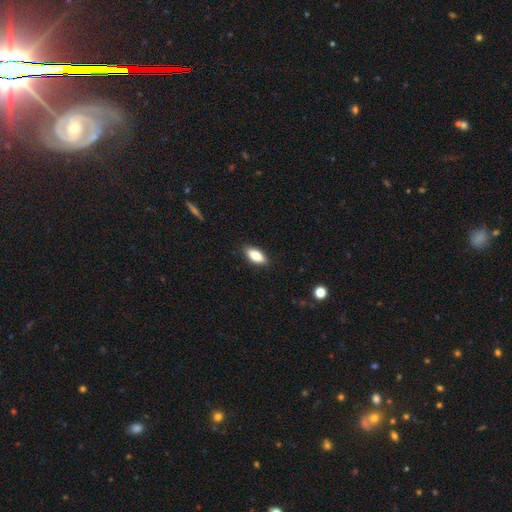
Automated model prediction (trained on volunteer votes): This is clearly a smooth galaxy (82%). How rounded: clearly in between (86%). Merging: clearly none (89%).